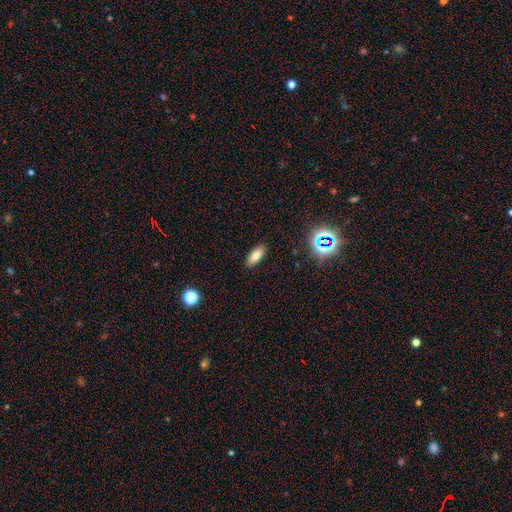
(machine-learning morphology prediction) This appears to be a smooth galaxy with no disk features (74%) that is in between round and cigar-shaped (76%). Merging: none (89%).